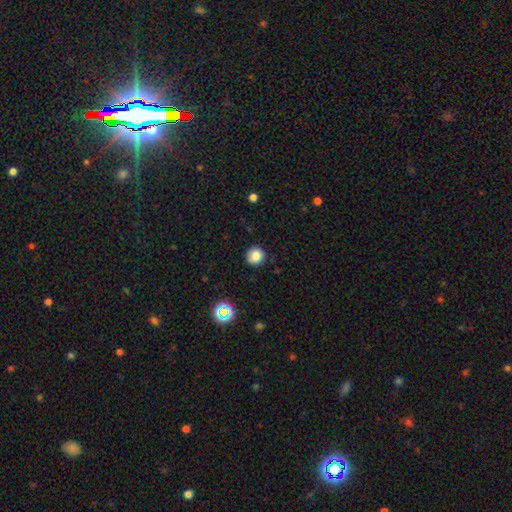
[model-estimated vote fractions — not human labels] This is clearly a smooth galaxy (81%). How rounded: clearly round (93%). Merging: clearly none (88%).